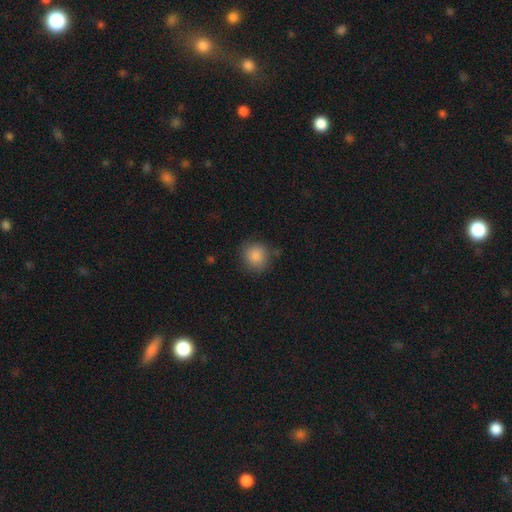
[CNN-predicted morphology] This appears to be a smooth galaxy with no disk features (87%) that is round (89%). Merging: none (81%).